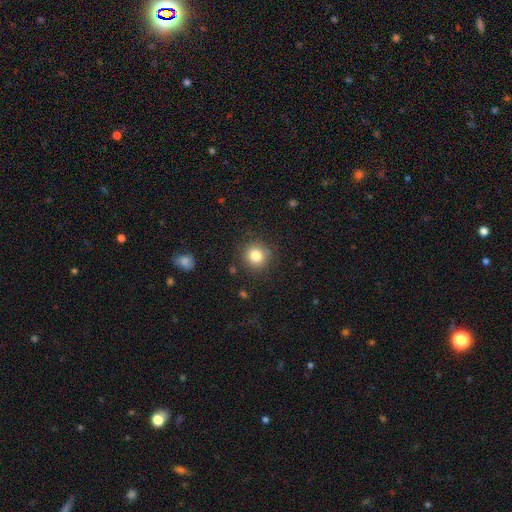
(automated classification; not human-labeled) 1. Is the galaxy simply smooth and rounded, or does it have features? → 82% smooth, 11% star or artifact, 7% featured or disk.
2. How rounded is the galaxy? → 91% round, 9% in between, 1% cigar-shaped.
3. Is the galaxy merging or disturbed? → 86% none, 9% minor disturbance, 3% major disturbance, 2% merger.